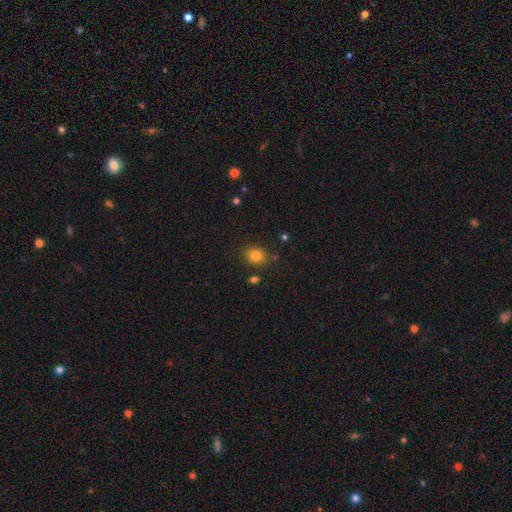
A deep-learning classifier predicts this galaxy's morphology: Smooth or featured? smooth (82%)
How rounded? round (53%)
Merging? none (83%)